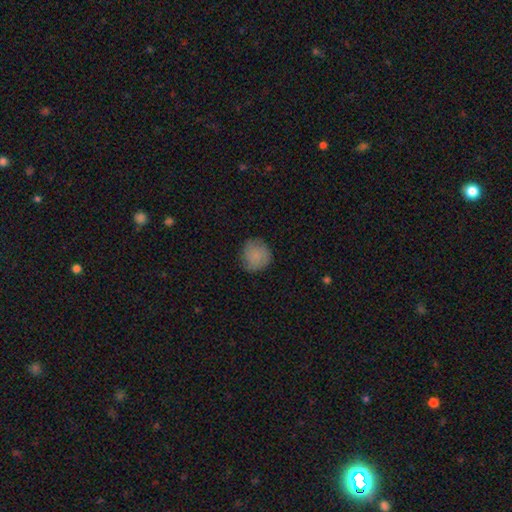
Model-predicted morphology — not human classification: type=smooth (81%); roundness=round (89%); merging=none (77%).